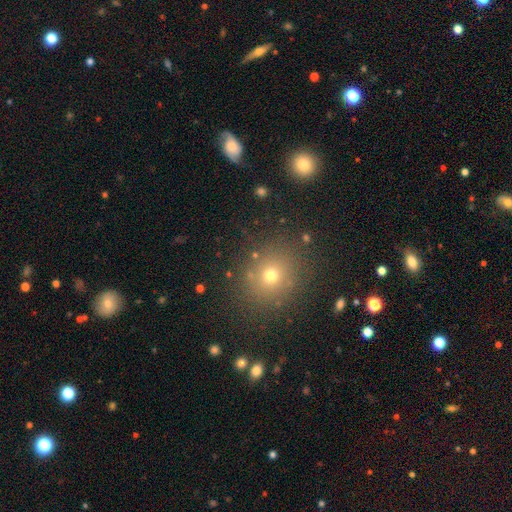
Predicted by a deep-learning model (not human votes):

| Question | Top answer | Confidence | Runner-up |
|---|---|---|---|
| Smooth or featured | smooth | 68% | star or artifact (22%) |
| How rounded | round | 82% | in between (17%) |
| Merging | none | 85% | minor disturbance (8%) |